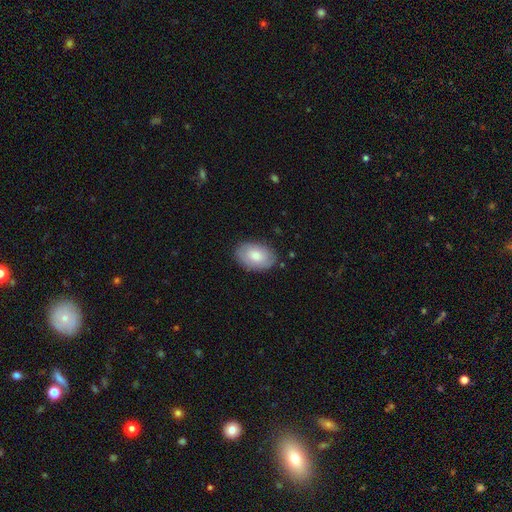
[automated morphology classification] A smooth galaxy with no disk features (75%) that is in between round and cigar-shaped (89%). Merging: none (83%).